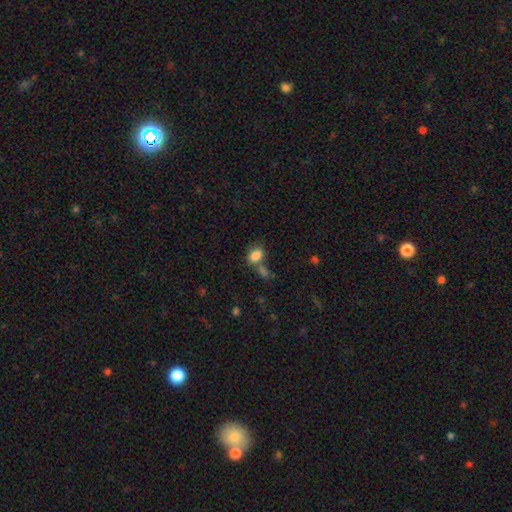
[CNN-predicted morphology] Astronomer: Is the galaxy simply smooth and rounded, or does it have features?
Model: smooth — 83%.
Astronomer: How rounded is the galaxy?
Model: in between — 79%.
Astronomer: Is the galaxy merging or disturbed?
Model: none — 48% (runner-up: merger, 32%).